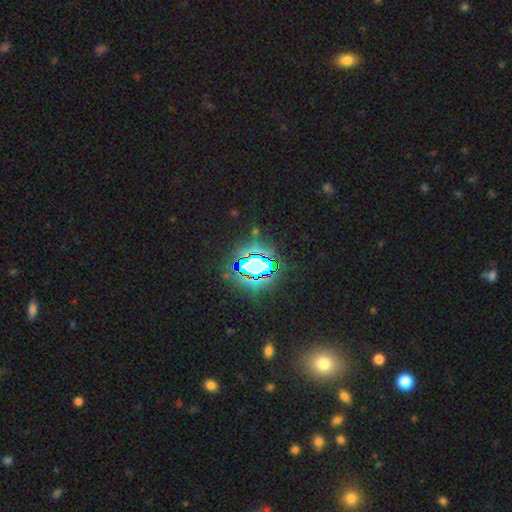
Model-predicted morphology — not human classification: Q: Smooth or featured?
A: star or artifact (81%); runner-up: smooth (12%)